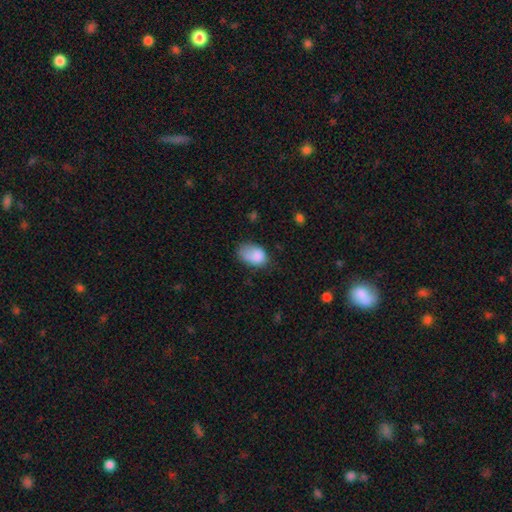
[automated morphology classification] Q: Smooth or featured?
A: smooth (82%); runner-up: featured or disk (9%)
Q: How rounded?
A: in between (85%); runner-up: round (13%)
Q: Merging?
A: none (46%); runner-up: minor disturbance (34%)